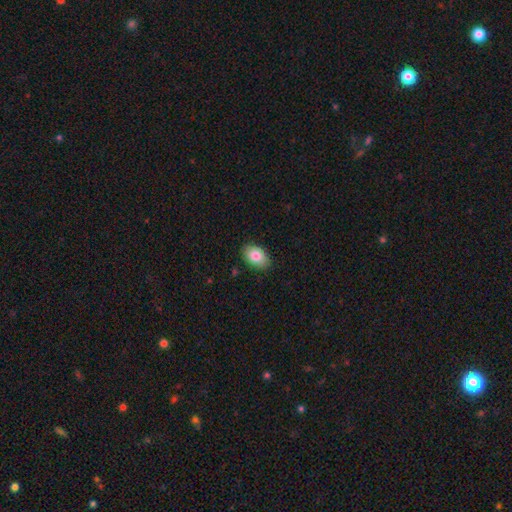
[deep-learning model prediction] A smooth galaxy with no disk features (83%) that is in between round and cigar-shaped (88%).

Vote fractions:
- Smooth or featured? smooth: 83% / featured or disk: 10% / star or artifact: 7%
- How rounded? in between: 88% / round: 11% / cigar-shaped: 1%
- Merging? none: 86% / minor disturbance: 11% / major disturbance: 2% / merger: 1%